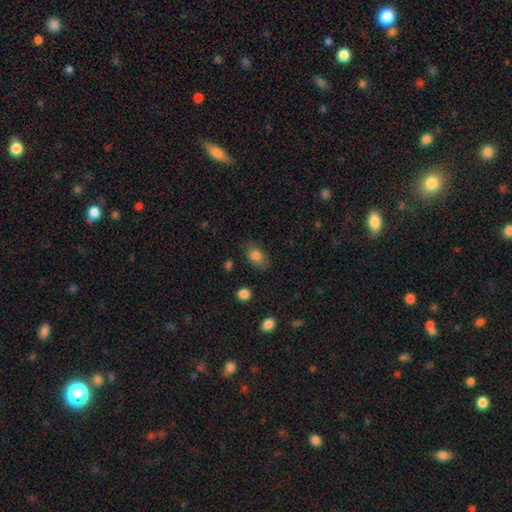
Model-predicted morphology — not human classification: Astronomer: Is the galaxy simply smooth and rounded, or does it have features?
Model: smooth — 81%.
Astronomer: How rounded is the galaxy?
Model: in between — 84%.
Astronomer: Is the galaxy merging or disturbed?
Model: none — 70%.